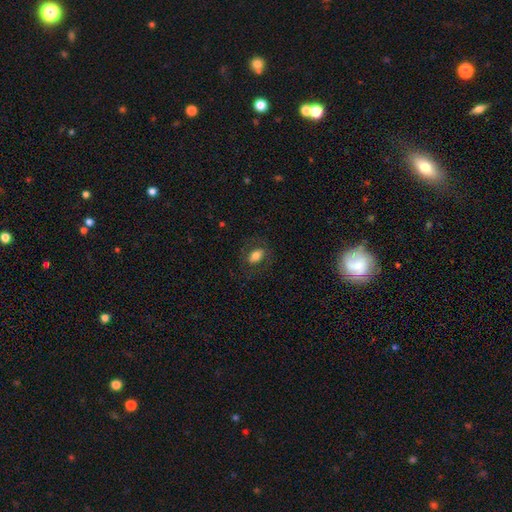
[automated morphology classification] smooth-or-featured: smooth: 73% | featured or disk: 19% | star or artifact: 9%
  how-rounded: in between: 84% | round: 14% | cigar-shaped: 2%
  merging: none: 75% | minor disturbance: 14% | major disturbance: 9% | merger: 1%